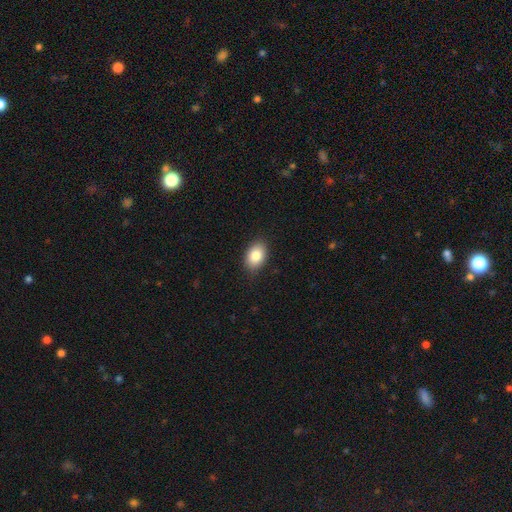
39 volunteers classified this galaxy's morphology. Smooth or featured? 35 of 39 (90%) said smooth. How rounded? 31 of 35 (89%) said in between. Merging? 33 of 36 (92%) said none.